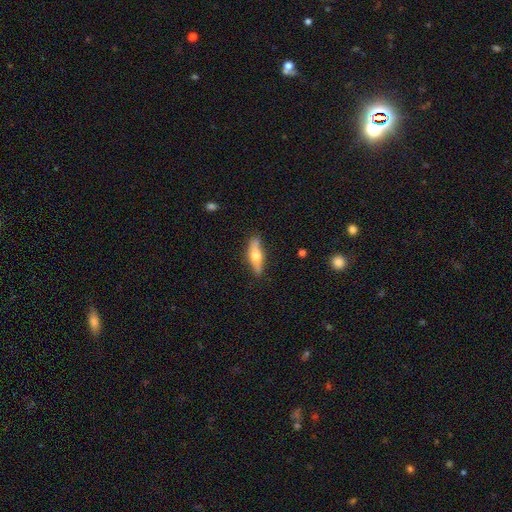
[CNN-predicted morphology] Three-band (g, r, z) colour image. It shows a smooth galaxy with no disk features (50%) that is cigar-shaped (59%). Merging: none (81%).